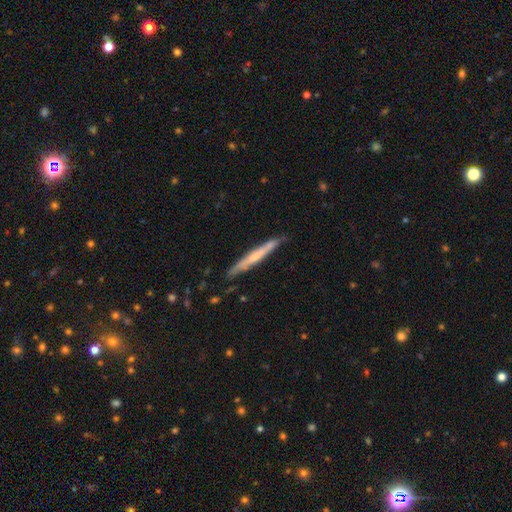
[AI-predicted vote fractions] Smooth or featured? featured or disk (51%)
Edge-on disk? yes (93%)
Merging? none (82%)